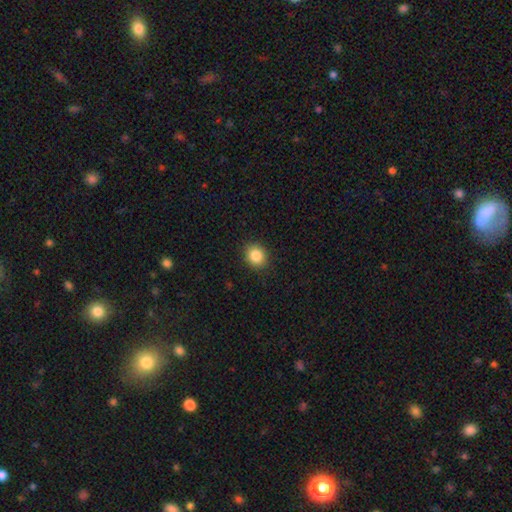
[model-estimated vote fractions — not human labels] smooth-or-featured: smooth: 85% | star or artifact: 10% | featured or disk: 5%
  how-rounded: round: 71% | in between: 29% | cigar-shaped: 1%
  merging: none: 90% | minor disturbance: 7% | major disturbance: 2% | merger: 1%